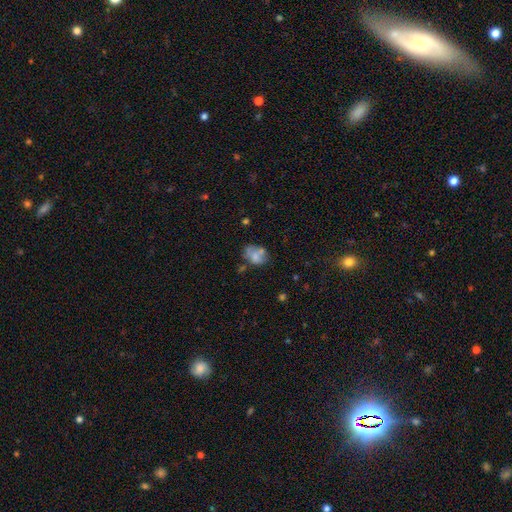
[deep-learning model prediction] This is possibly a smooth galaxy (58%). How rounded: likely in between (69%). Merging: marginally none (39%).